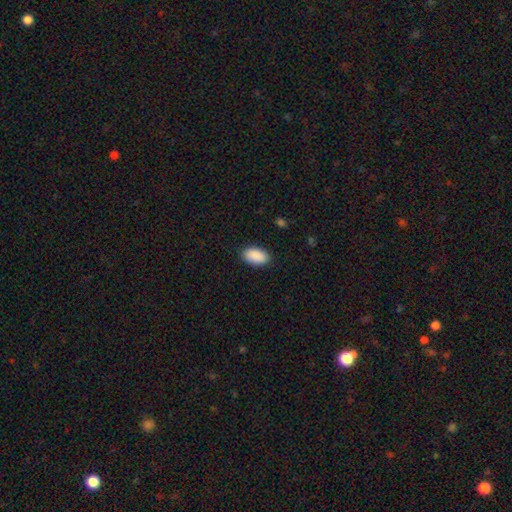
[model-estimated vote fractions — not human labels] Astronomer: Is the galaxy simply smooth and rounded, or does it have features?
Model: smooth — 91%.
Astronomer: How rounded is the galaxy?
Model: in between — 95%.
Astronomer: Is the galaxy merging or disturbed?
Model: none — 89%.